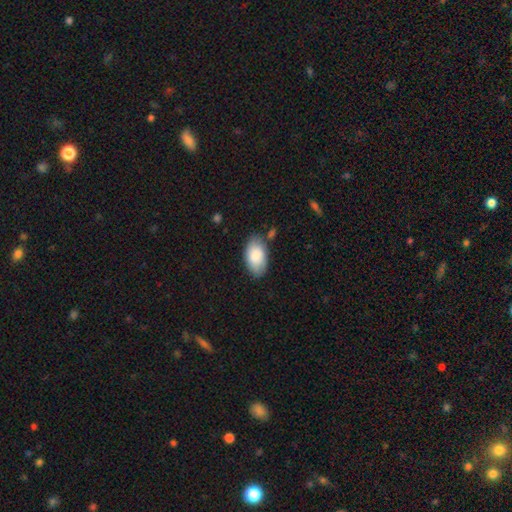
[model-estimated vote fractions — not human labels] smooth_or_featured: smooth (p=0.85) [alt: featured or disk p=0.09]
how_rounded: in between (p=0.95) [alt: round p=0.03]
merging: none (p=0.75) [alt: minor disturbance p=0.17]